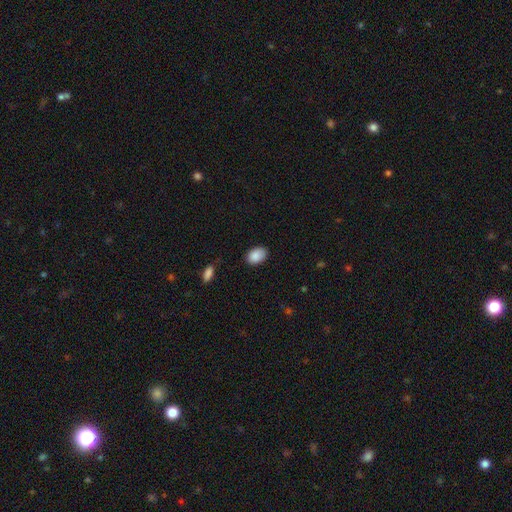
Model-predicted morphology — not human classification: smooth 89%, star or artifact 7%, featured or disk 4%. Down the decision tree: how rounded — in between (87%); merging — none (80%).